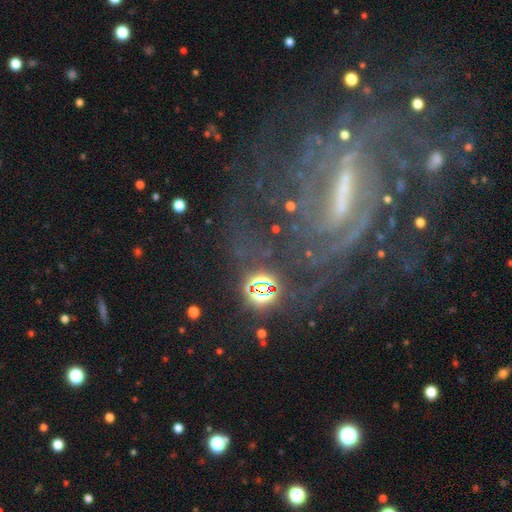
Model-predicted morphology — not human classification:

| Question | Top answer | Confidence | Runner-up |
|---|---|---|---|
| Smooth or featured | featured or disk | 79% | star or artifact (13%) |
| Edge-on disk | no | 88% | yes (12%) |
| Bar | strong | 64% | weak (25%) |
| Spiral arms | yes | 85% | no (15%) |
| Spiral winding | tight | 49% | medium (35%) |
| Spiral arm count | can't tell | 44% | 2 (23%) |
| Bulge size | none | 35% | small (34%) |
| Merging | none | 59% | major disturbance (19%) |